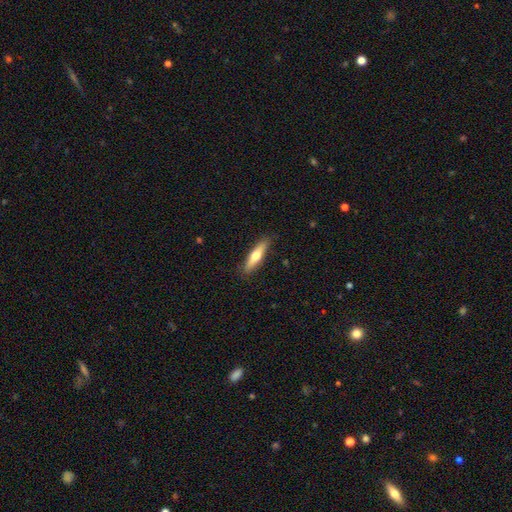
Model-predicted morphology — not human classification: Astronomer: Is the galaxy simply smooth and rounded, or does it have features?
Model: smooth — 55% (runner-up: featured or disk, 40%).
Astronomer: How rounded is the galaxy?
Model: cigar-shaped — 77%.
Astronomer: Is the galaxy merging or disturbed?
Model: none — 88%.